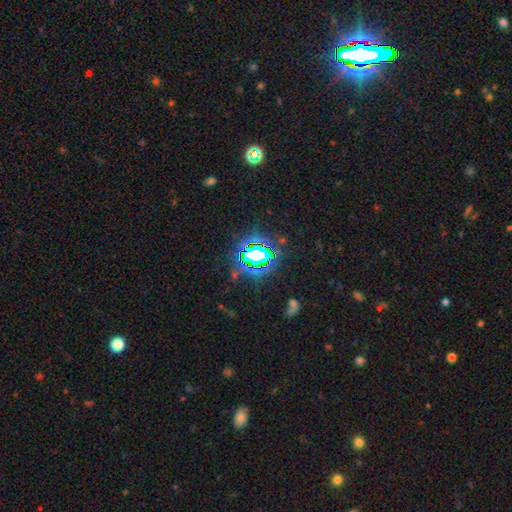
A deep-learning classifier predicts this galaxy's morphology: smooth-or-featured: star or artifact: 75% | smooth: 15% | featured or disk: 11%